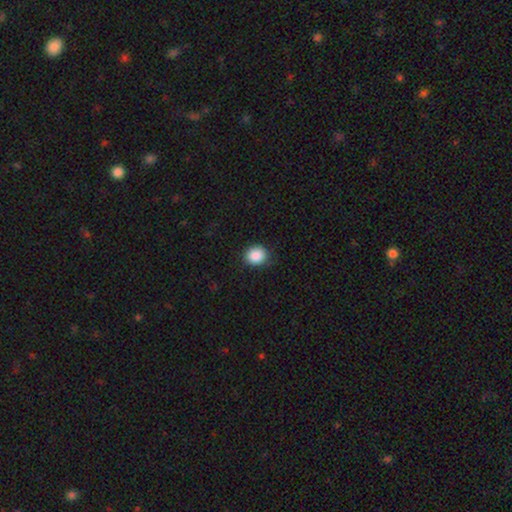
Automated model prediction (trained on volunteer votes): This is clearly a smooth galaxy (89%). How rounded: likely round (78%). Merging: clearly none (85%).